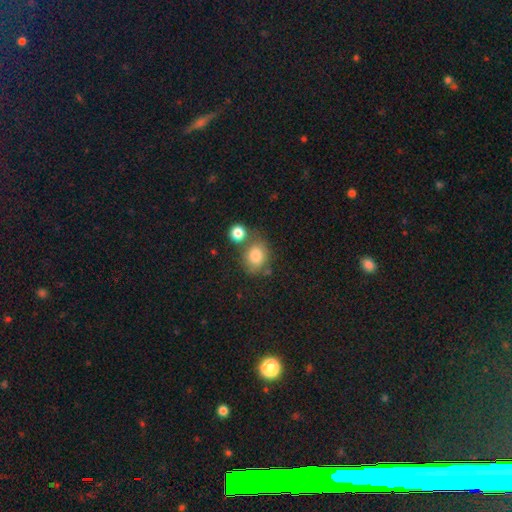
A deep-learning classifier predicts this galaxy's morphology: Overall: smooth (82%). How rounded: round (51%; in between 48%). Merging: none (56%; merger 22%).